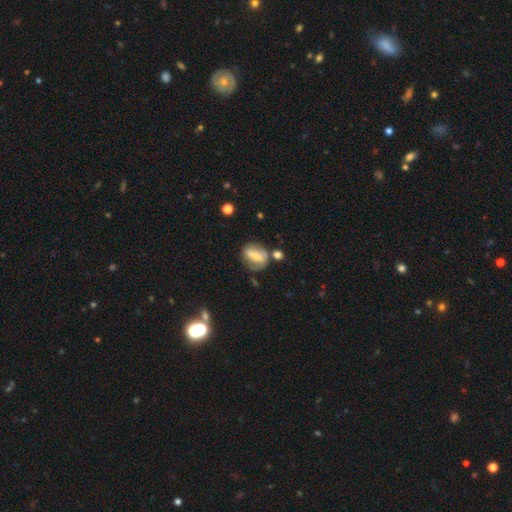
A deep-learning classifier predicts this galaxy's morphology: The model was most divided on "smooth or featured": smooth: 56%, featured or disk: 35%, star or artifact: 9%. More confident: how rounded — in between (65%); merging — none (52%).